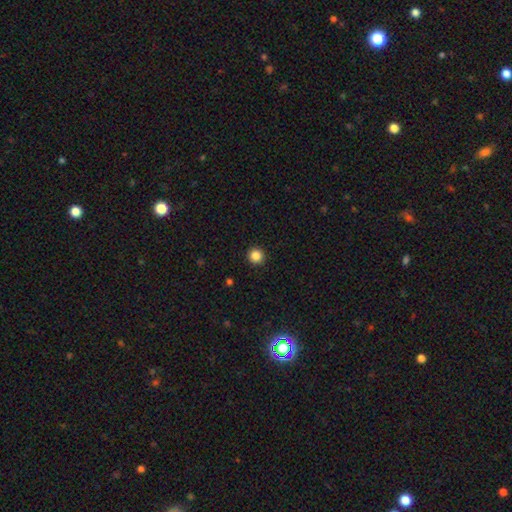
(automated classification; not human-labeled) smooth_or_featured: smooth (p=0.86) [alt: star or artifact p=0.11]
how_rounded: round (p=0.96) [alt: in between p=0.03]
merging: none (p=0.93) [alt: minor disturbance p=0.04]